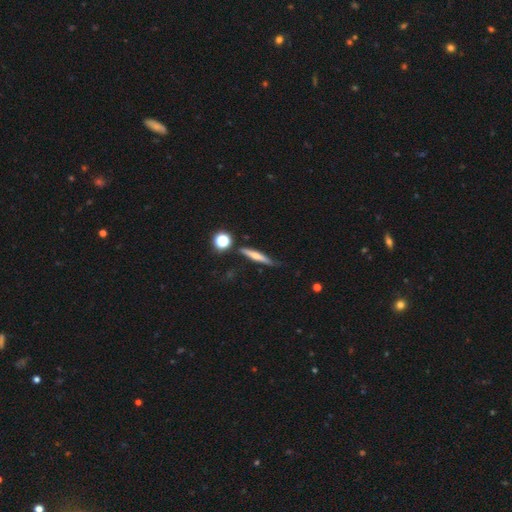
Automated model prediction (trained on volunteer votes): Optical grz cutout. It shows a smooth galaxy with no disk features (47%). Merging: none (78%).